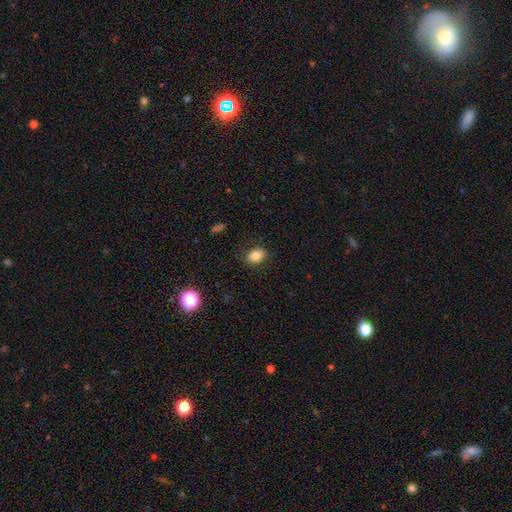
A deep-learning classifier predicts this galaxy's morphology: Smooth or featured: smooth — 84% (star or artifact — 9%)
How rounded: in between — 75% (round — 24%)
Merging: none — 84% (minor disturbance — 12%)